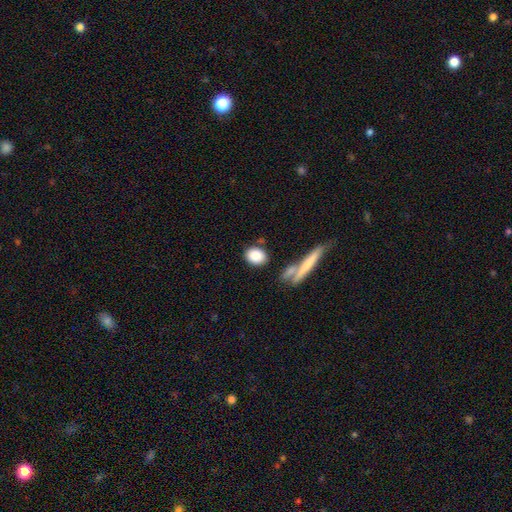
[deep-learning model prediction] This is clearly a smooth galaxy (85%). How rounded: possibly in between (59%). Merging: likely none (74%).